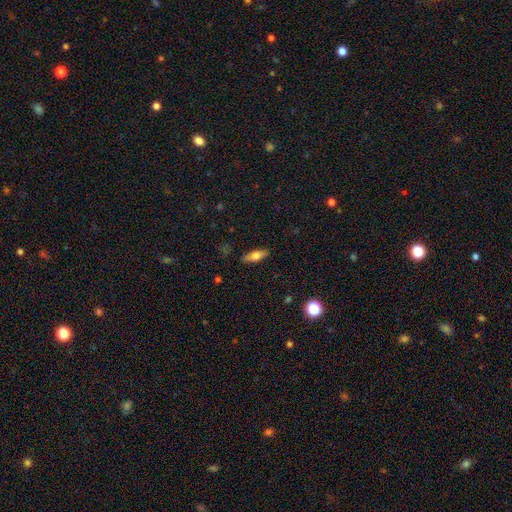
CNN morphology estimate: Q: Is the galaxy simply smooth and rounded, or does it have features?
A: smooth — 65%.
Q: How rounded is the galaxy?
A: in between — 59%.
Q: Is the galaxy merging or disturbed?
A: none — 87%.